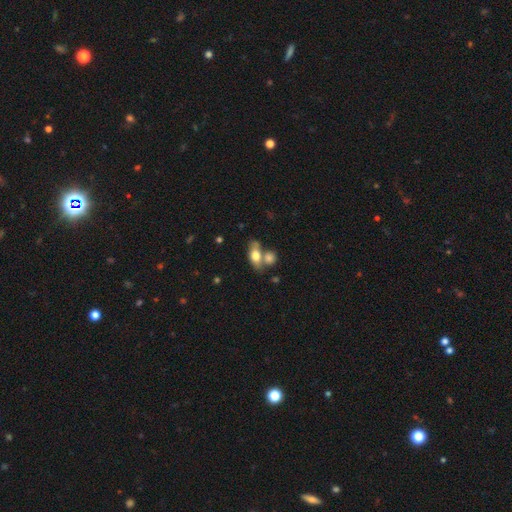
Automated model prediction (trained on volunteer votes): Smooth or featured: smooth — 67% (featured or disk — 26%)
How rounded: in between — 76% (cigar-shaped — 12%)
Merging: none — 45% (merger — 38%)